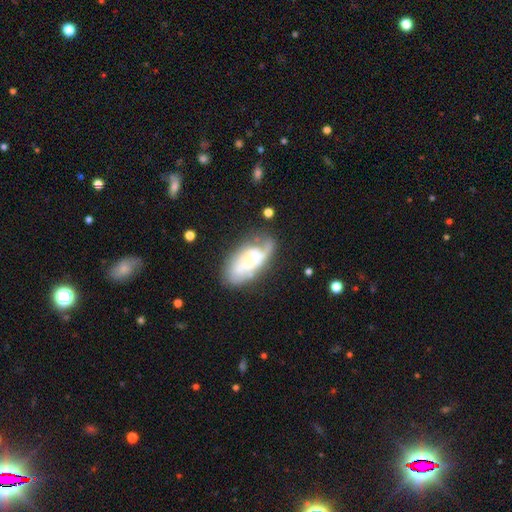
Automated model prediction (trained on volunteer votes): A featured or disk galaxy (63%) with no bar (71%), spiral arms (71%) and a small central bulge (46%).

Vote fractions:
- Smooth or featured? featured or disk: 63% / smooth: 29% / star or artifact: 8%
- Edge-on disk? no: 94% / yes: 6%
- Bar? no: 71% / weak: 23% / strong: 6%
- Spiral arms? yes: 71% / no: 29%
- Bulge size? small: 46% / moderate: 22% / none: 18% / large: 10% / dominant: 3%
- Merging? none: 44% / minor disturbance: 24% / major disturbance: 23% / merger: 9%